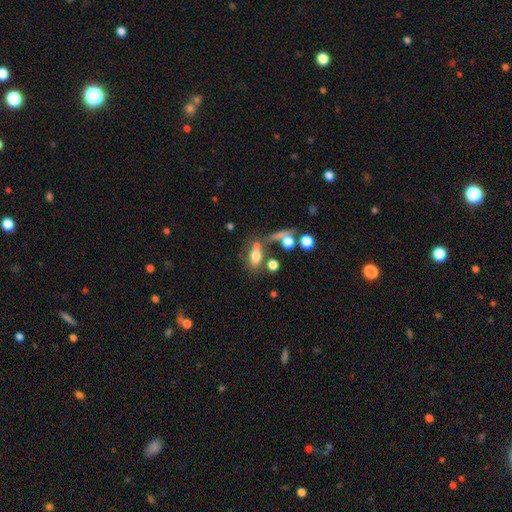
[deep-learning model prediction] The model was most divided on "merging": none: 43%, merger: 31%, minor disturbance: 14%, major disturbance: 12%. More confident: how rounded — in between (76%); smooth or featured — smooth (70%).